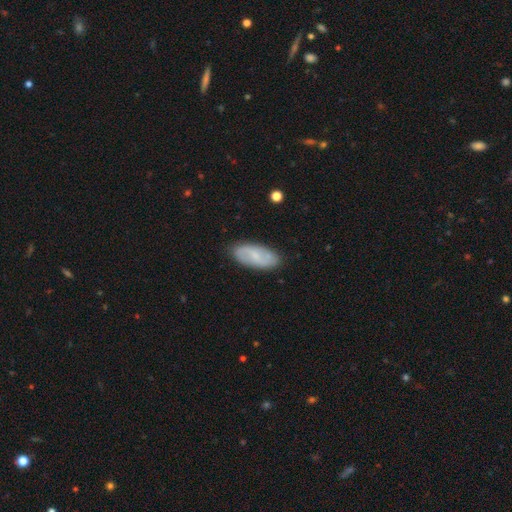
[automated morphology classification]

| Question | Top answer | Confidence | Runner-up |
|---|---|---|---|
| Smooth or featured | featured or disk | 53% | smooth (41%) |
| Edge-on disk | no | 93% | yes (7%) |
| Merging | none | 86% | minor disturbance (11%) |